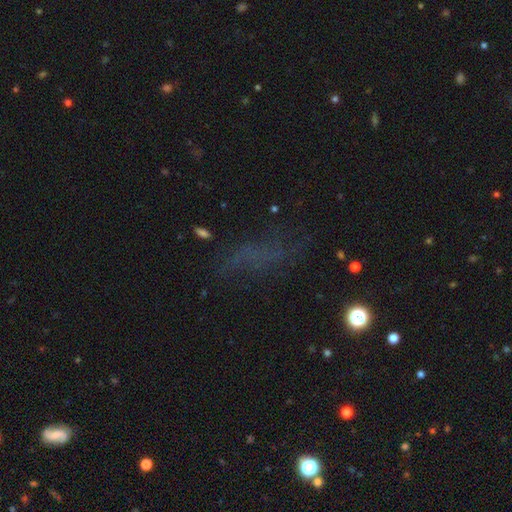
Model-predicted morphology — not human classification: The model was most divided on "smooth or featured": smooth: 41%, star or artifact: 32%, featured or disk: 27%. More confident: merging — none (54%).